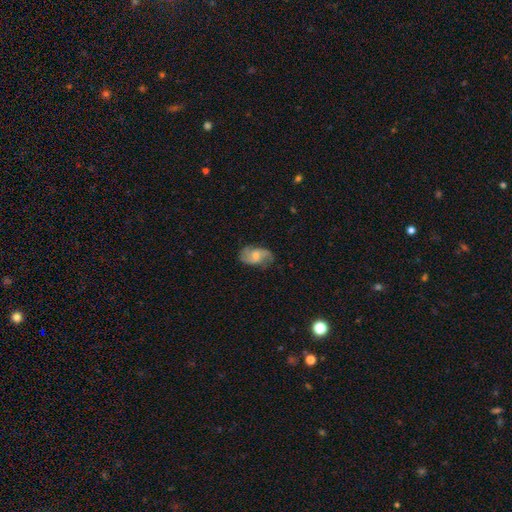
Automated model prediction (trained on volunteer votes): Overall: featured or disk (61%; smooth 32%). Edge-on disk: no (96%). Bar: no (49%; weak 43%). Spiral arms: yes (89%). Spiral arm count: 2 (75%). Spiral winding: loose (47%; medium 40%). Bulge size: moderate (44%; small 34%). Merging: none (64%; minor disturbance 25%).